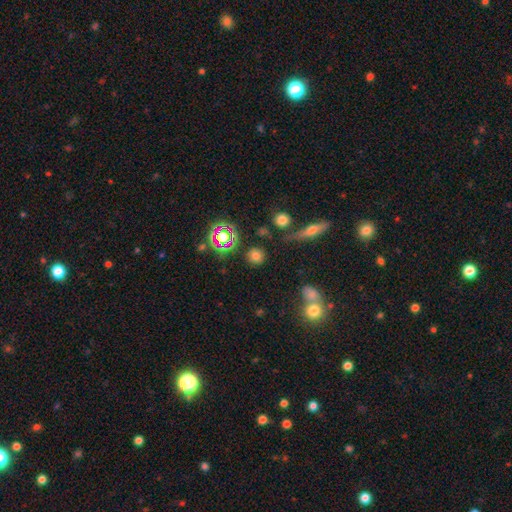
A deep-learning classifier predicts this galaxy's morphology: Smooth or featured?
  - smooth: 72% *
  - star or artifact: 20%
  - featured or disk: 8%
How rounded?
  - round: 89% *
  - in between: 9%
  - cigar-shaped: 2%
Merging?
  - none: 84% *
  - minor disturbance: 9%
  - merger: 4%
  - major disturbance: 3%